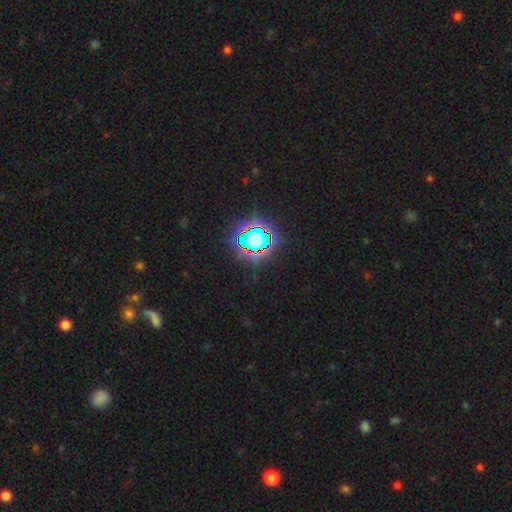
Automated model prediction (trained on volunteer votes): Smooth or featured? star or artifact (73%)